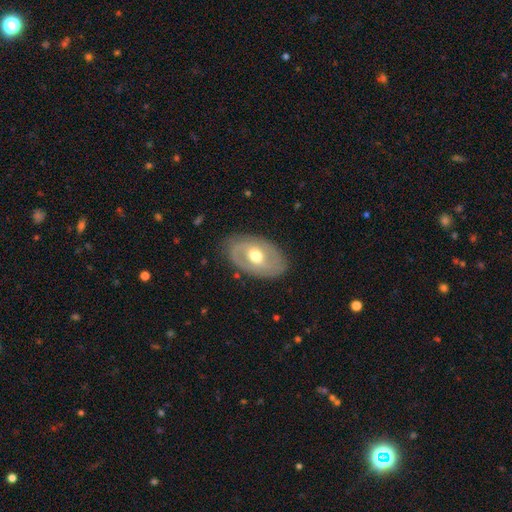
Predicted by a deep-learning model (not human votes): Morphology: type=featured or disk (67%); edge-on=no (93%); bar=no (49%); spiral arms=yes (65%); bulge=moderate (75%); merging=none (80%).